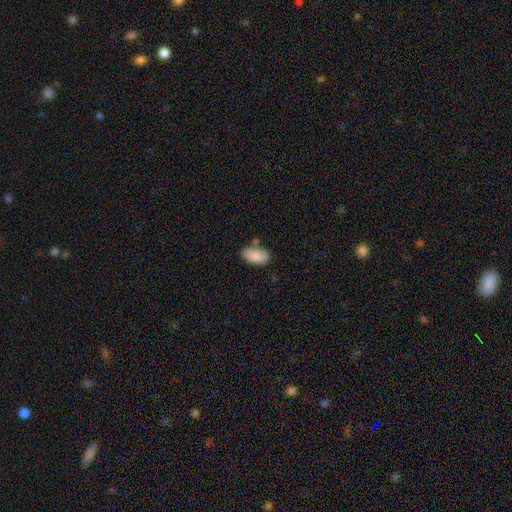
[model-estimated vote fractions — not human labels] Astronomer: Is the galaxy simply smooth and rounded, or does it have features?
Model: smooth — 88%.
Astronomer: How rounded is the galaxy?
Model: in between — 94%.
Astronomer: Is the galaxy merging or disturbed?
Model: none — 68%.